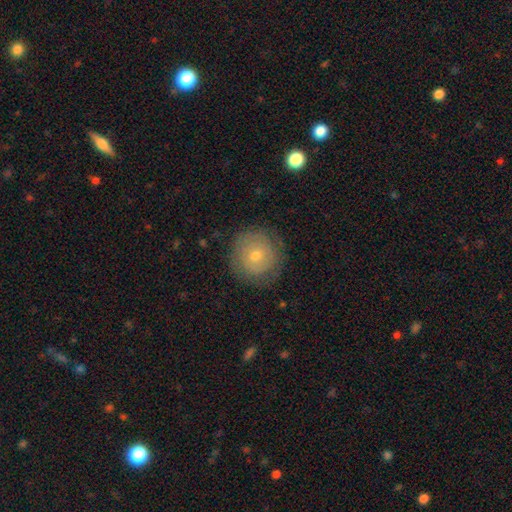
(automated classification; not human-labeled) smooth_or_featured: smooth (p=0.56) [alt: featured or disk p=0.34]
how_rounded: round (p=0.92) [alt: in between p=0.07]
merging: none (p=0.82) [alt: minor disturbance p=0.13]